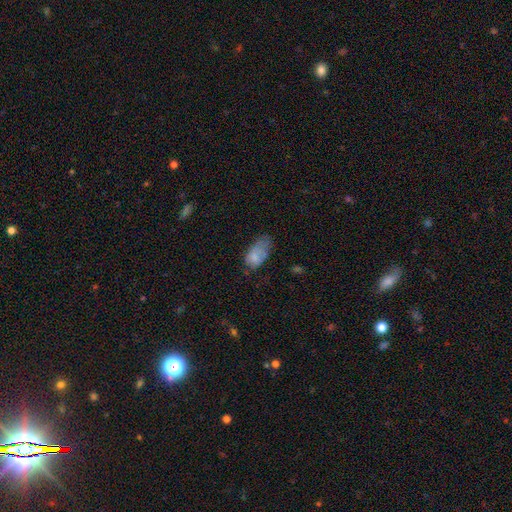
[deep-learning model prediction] Overall: smooth (74%). How rounded: in between (92%). Merging: minor disturbance (37%; major disturbance 30%).